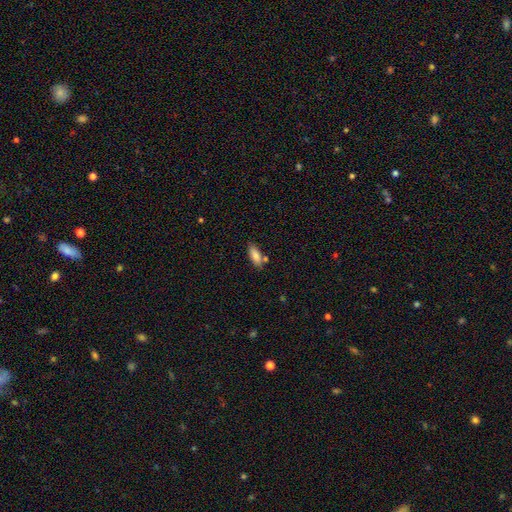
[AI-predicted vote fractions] Smooth or featured? smooth (83%)
How rounded? in between (75%)
Merging? none (75%)